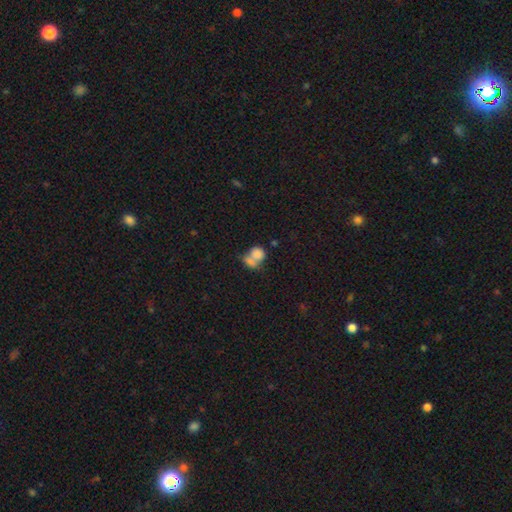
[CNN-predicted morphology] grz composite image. It shows a smooth galaxy with no disk features (78%) that is round (59%). Merging: merger (61%).